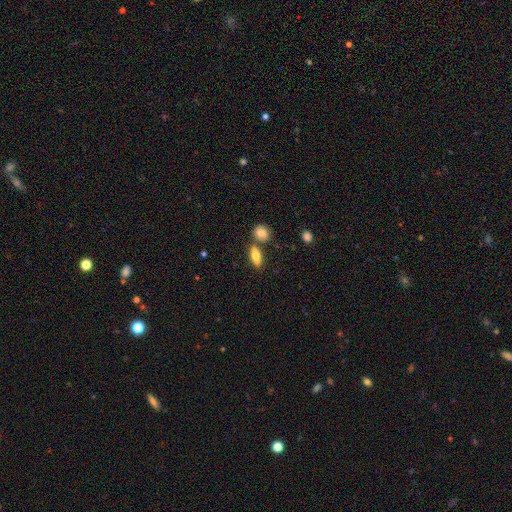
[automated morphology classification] smooth_or_featured: smooth (p=0.77) [alt: featured or disk p=0.16]
how_rounded: in between (p=0.67) [alt: cigar-shaped p=0.28]
merging: none (p=0.68) [alt: merger p=0.19]